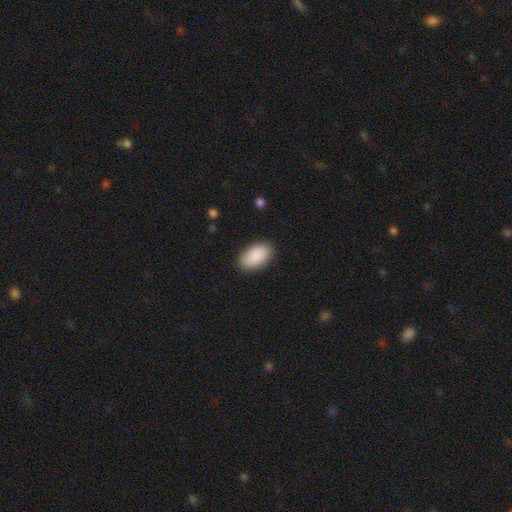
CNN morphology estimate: Smooth or featured? Predicted: smooth (p=0.90). How rounded? Predicted: in between (p=0.95). Merging? Predicted: none (p=0.87).